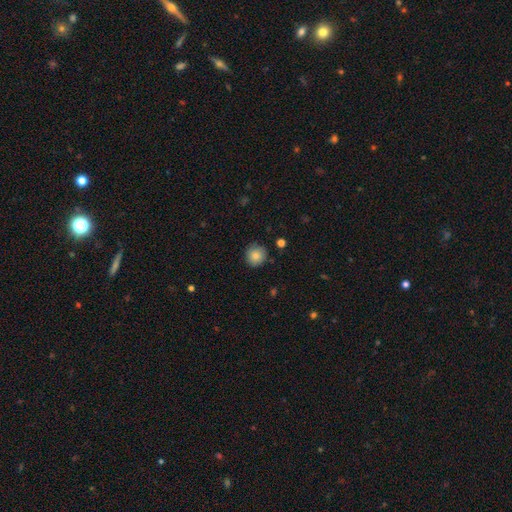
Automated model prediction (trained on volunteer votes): Smooth or featured: smooth — 85% (star or artifact — 9%)
How rounded: round — 93% (in between — 6%)
Merging: none — 85% (minor disturbance — 12%)